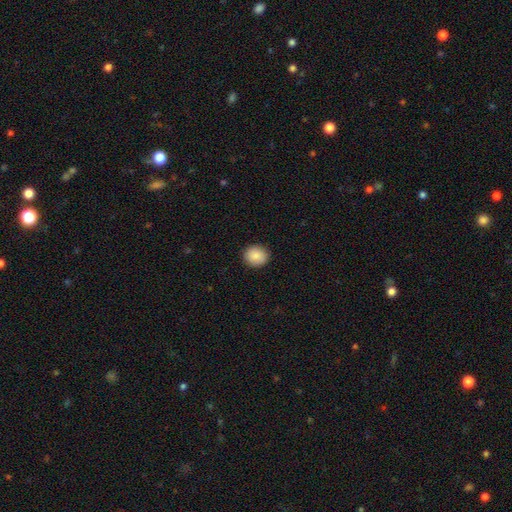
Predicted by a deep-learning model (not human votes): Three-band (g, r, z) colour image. It shows a smooth galaxy with no disk features (88%) that is round (81%). Merging: none (91%).